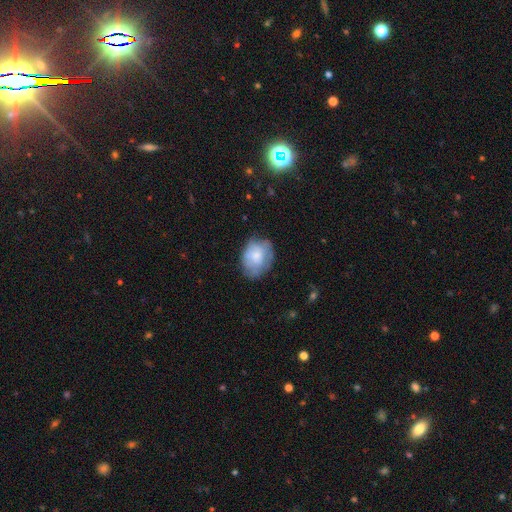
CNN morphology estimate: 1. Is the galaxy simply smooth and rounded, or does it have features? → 64% smooth, 28% featured or disk, 7% star or artifact.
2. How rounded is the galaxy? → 63% in between, 36% round, 1% cigar-shaped.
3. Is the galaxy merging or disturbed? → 61% none, 27% minor disturbance, 10% major disturbance, 2% merger.